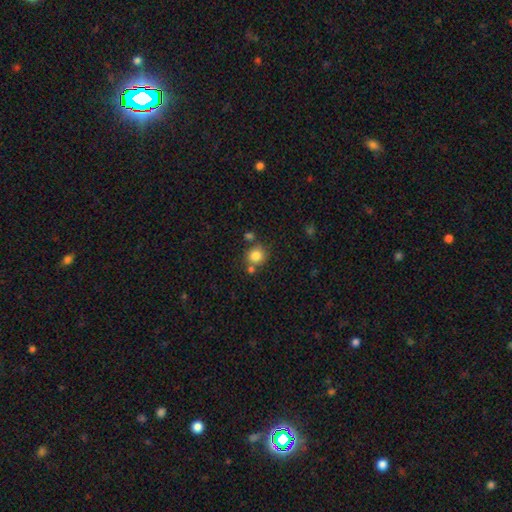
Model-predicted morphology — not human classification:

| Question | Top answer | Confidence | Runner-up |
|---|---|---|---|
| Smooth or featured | smooth | 83% | star or artifact (10%) |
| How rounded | round | 86% | in between (13%) |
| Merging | none | 68% | merger (17%) |